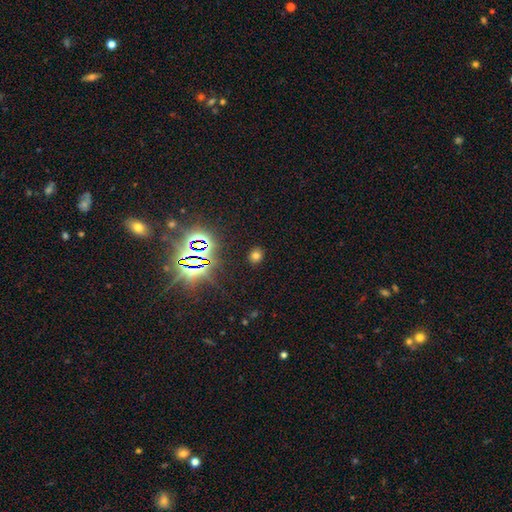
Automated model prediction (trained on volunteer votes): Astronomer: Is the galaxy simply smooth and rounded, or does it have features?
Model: smooth — 63%.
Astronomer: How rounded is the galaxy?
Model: round — 68%.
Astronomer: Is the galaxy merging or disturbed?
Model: none — 88%.